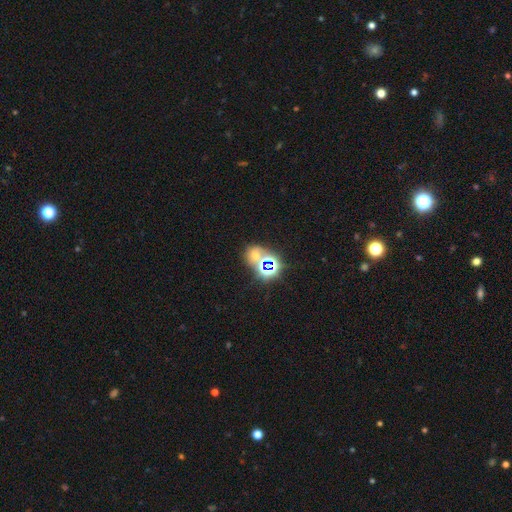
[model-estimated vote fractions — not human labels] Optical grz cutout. It shows a star or artifact, not a galaxy (53%).